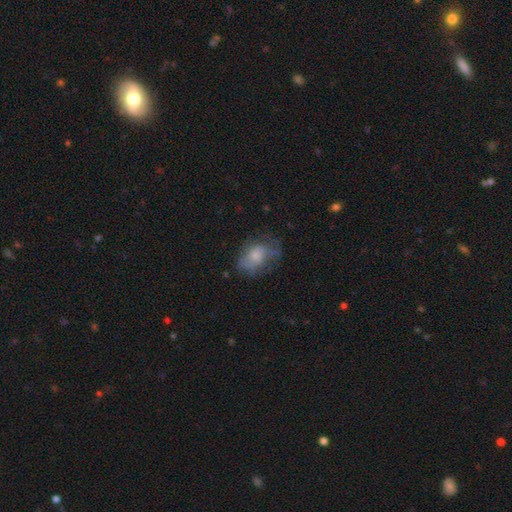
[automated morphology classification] Smooth or featured: smooth — 57% (featured or disk — 33%)
How rounded: in between — 74% (round — 25%)
Merging: none — 47% (minor disturbance — 28%)